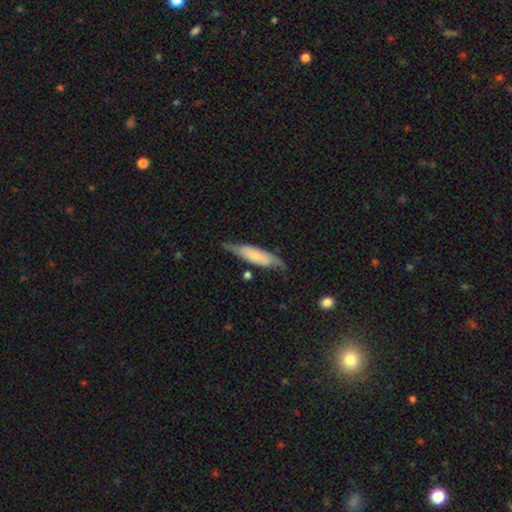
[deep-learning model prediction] Smooth or featured?
  - smooth: 52% *
  - featured or disk: 43%
  - star or artifact: 6%
How rounded?
  - cigar-shaped: 67% *
  - in between: 31%
  - round: 2%
Merging?
  - none: 64% *
  - minor disturbance: 26%
  - major disturbance: 7%
  - merger: 3%